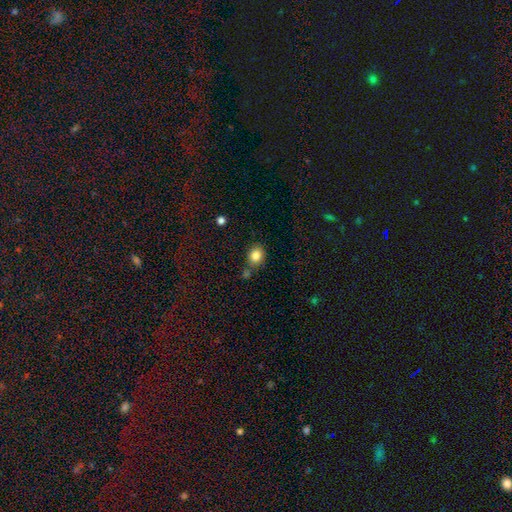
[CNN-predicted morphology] This appears to be a smooth galaxy with no disk features (84%) that is round (53%). Merging: none (71%).